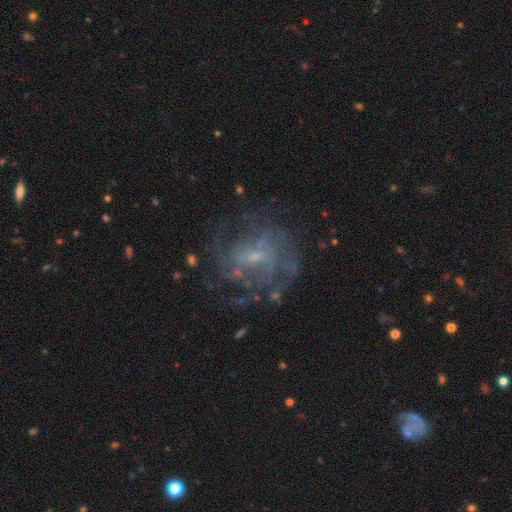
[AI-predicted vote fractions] Smooth or featured?
  - featured or disk: 78% *
  - star or artifact: 11%
  - smooth: 11%
Edge-on disk?
  - no: 97% *
  - yes: 3%
Bar?
  - weak: 51% *
  - no: 37%
  - strong: 13%
Spiral arms?
  - yes: 80% *
  - no: 20%
Spiral winding?
  - medium: 41% *
  - tight: 40%
  - loose: 19%
Spiral arm count?
  - can't tell: 46% *
  - 3: 15%
  - 2: 15%
  - 4: 13%
  - more than 4: 6%
  - 1: 5%
Bulge size?
  - small: 69% *
  - moderate: 16%
  - none: 12%
  - large: 1%
  - dominant: 1%
Merging?
  - none: 64% *
  - minor disturbance: 17%
  - major disturbance: 17%
  - merger: 2%